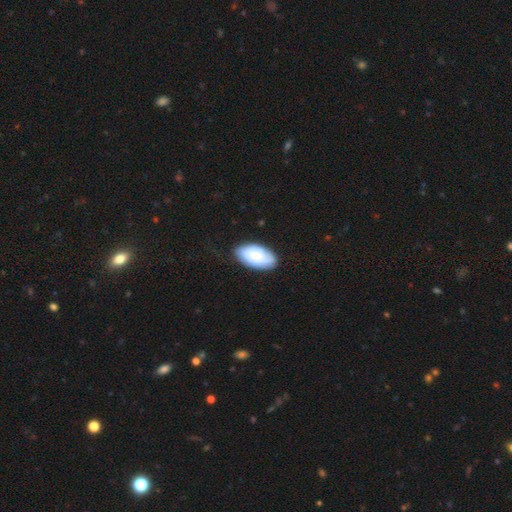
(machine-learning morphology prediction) type=smooth (66%); roundness=in between (95%); merging=none (77%).